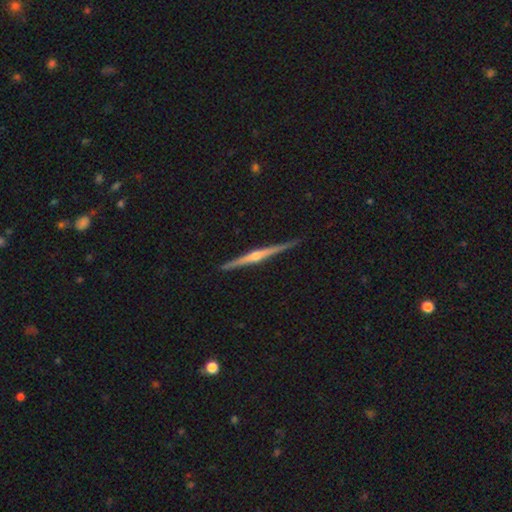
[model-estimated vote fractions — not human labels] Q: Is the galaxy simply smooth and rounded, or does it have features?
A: featured or disk — 83%.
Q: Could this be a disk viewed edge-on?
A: yes — 99%.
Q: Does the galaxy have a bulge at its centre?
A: rounded — 88%.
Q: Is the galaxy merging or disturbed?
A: none — 90%.